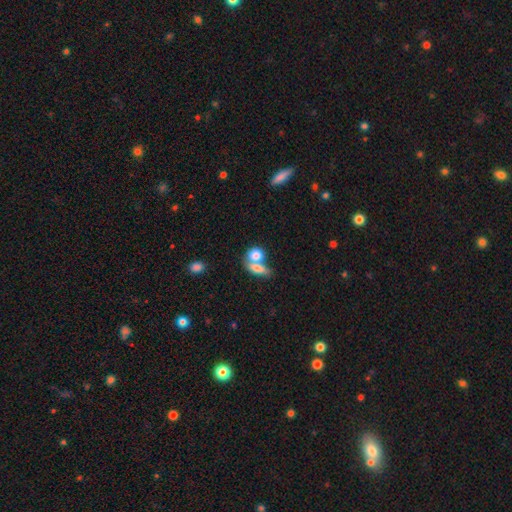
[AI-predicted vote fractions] Overall: smooth (80%). How rounded: in between (55%; round 40%). Merging: merger (61%; none 27%).